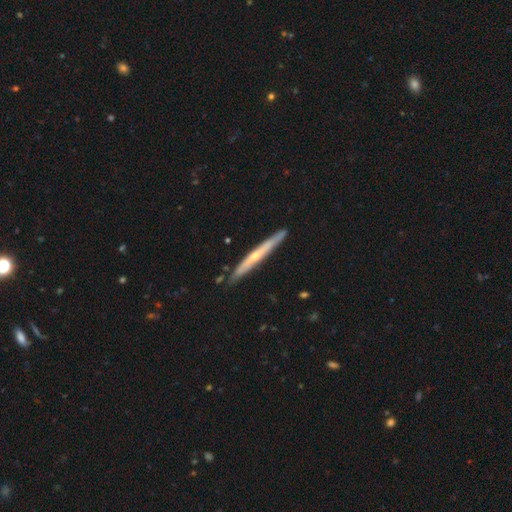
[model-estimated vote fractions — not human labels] This is likely a featured or disk galaxy (62%). It is clearly viewed edge-on (95%). Edge-on bulge: possibly rounded (59%). Merging: clearly none (87%).